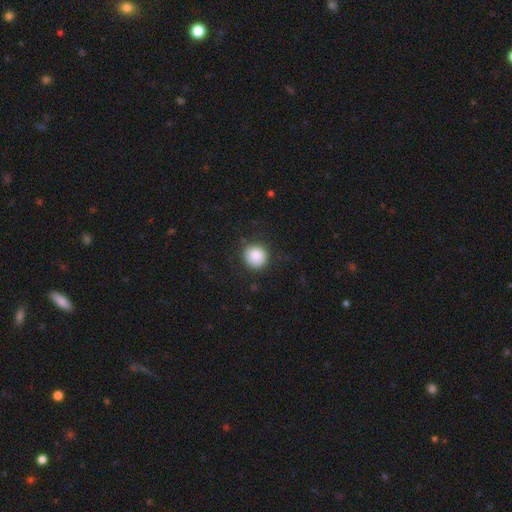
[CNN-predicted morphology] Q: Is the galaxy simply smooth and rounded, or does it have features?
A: smooth — 88%.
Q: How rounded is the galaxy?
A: round — 90%.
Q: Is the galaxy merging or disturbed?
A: none — 84%.